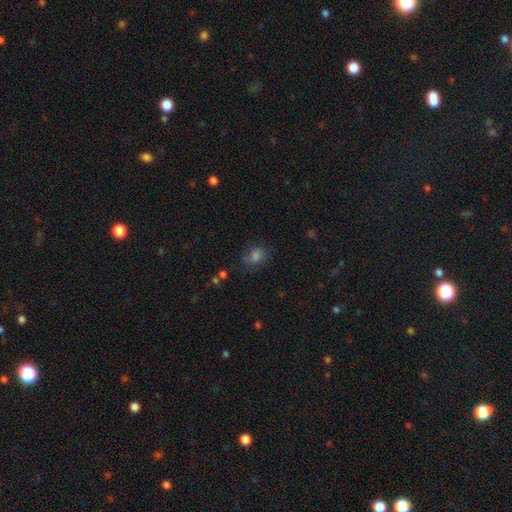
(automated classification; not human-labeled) A smooth galaxy with no disk features (61%) that is in between round and cigar-shaped (58%).

Vote fractions:
- Smooth or featured? smooth: 61% / star or artifact: 24% / featured or disk: 15%
- How rounded? in between: 58% / round: 41% / cigar-shaped: 2%
- Merging? none: 65% / minor disturbance: 21% / major disturbance: 10% / merger: 4%